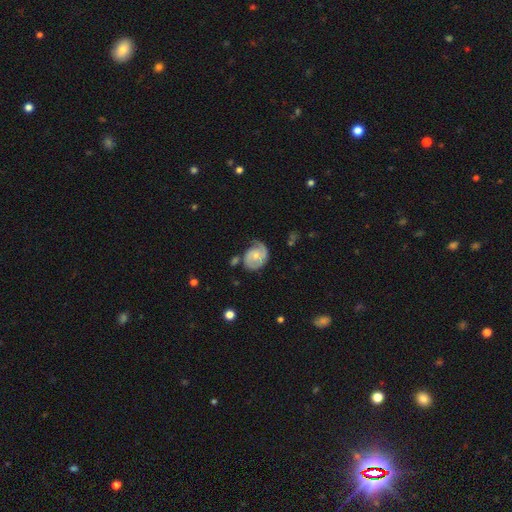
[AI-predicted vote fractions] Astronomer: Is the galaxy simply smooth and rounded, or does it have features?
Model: featured or disk — 75%.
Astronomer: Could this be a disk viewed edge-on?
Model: no — 98%.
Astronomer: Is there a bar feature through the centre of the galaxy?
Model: no — 71%.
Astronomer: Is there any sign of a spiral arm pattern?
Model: yes — 92%.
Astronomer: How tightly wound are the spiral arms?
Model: tight — 49% (runner-up: medium, 36%).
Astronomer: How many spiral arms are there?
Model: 2 — 56%.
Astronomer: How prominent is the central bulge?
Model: small — 55% (runner-up: moderate, 39%).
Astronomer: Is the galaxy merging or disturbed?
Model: none — 53%.